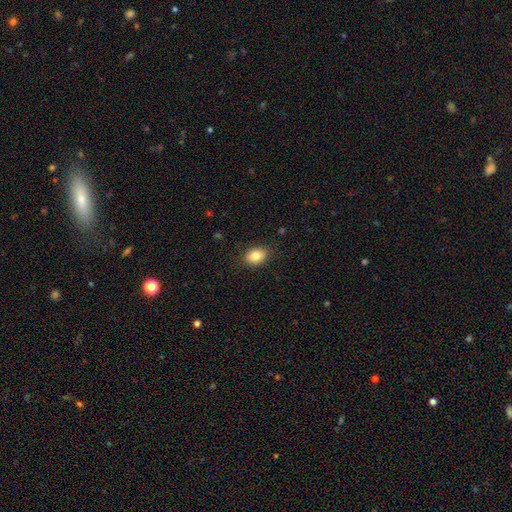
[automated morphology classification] Smooth or featured? smooth (83%)
How rounded? in between (80%)
Merging? none (87%)